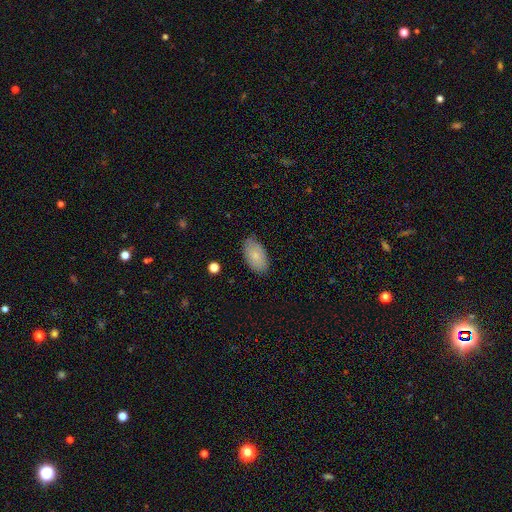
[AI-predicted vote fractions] Smooth or featured?
  - smooth: 79% *
  - featured or disk: 15%
  - star or artifact: 6%
How rounded?
  - in between: 95% *
  - round: 4%
  - cigar-shaped: 2%
Merging?
  - none: 83% *
  - minor disturbance: 14%
  - major disturbance: 3%
  - merger: 1%